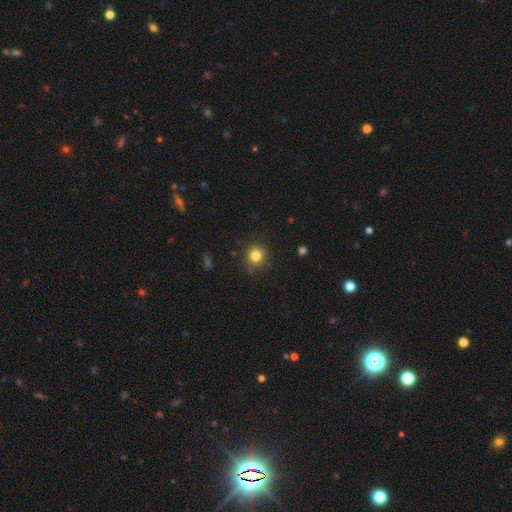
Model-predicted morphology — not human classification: Smooth or featured?
  - smooth: 82% *
  - star or artifact: 12%
  - featured or disk: 6%
How rounded?
  - round: 91% *
  - in between: 8%
  - cigar-shaped: 1%
Merging?
  - none: 84% *
  - minor disturbance: 11%
  - major disturbance: 3%
  - merger: 2%